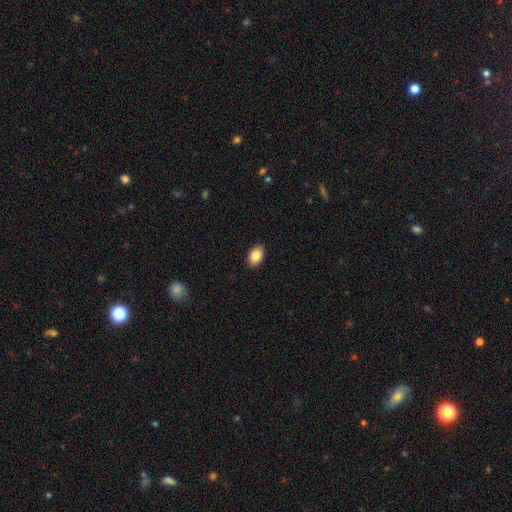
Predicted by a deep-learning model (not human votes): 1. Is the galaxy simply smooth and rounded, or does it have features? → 86% smooth, 7% star or artifact, 7% featured or disk.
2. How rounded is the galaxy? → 88% in between, 11% round, 1% cigar-shaped.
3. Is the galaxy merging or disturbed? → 89% none, 8% minor disturbance, 2% major disturbance, 1% merger.